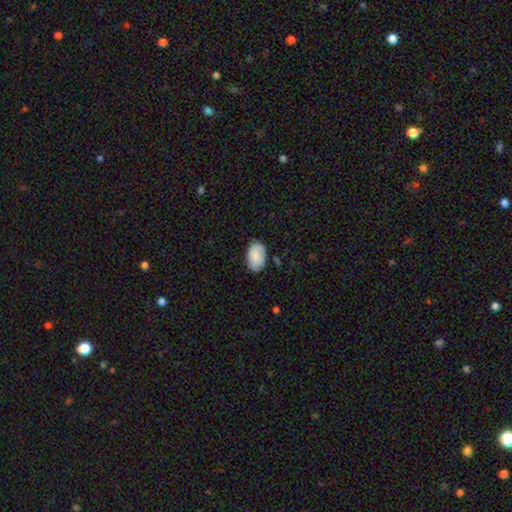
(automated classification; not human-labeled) smooth_or_featured: smooth (p=0.84) [alt: featured or disk p=0.10]
how_rounded: in between (p=0.91) [alt: round p=0.08]
merging: none (p=0.77) [alt: minor disturbance p=0.18]